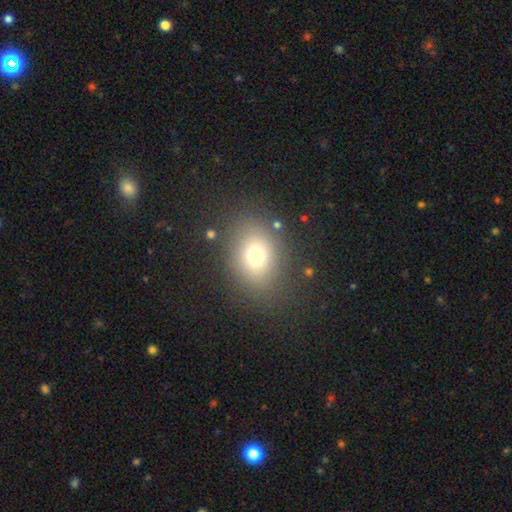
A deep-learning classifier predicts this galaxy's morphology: smooth 71%, star or artifact 17%, featured or disk 12%. Down the decision tree: how rounded — in between (51%); merging — none (81%).